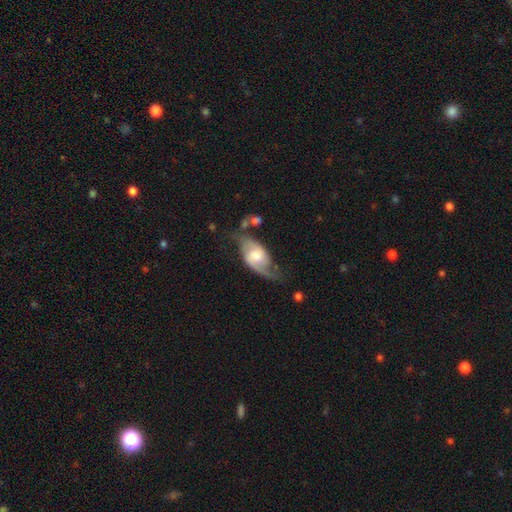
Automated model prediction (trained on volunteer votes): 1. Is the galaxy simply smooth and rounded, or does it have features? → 77% featured or disk, 18% smooth, 5% star or artifact.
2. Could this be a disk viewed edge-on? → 94% no, 6% yes.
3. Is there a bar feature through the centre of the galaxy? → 48% no, 42% weak, 10% strong.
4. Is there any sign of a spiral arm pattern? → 93% yes, 7% no.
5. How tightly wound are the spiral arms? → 46% loose, 40% medium, 14% tight.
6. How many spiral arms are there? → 87% 2, 5% can't tell, 4% 1, 1% 3, 1% 4, 1% more than 4.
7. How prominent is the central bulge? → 49% moderate, 21% small, 21% large, 6% none, 3% dominant.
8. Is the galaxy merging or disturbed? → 53% none, 25% minor disturbance, 16% major disturbance, 6% merger.